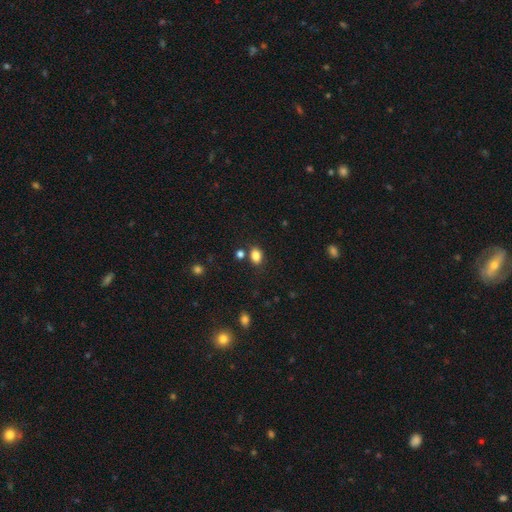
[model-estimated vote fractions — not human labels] Q: Smooth or featured?
A: smooth (83%); runner-up: star or artifact (12%)
Q: How rounded?
A: in between (72%); runner-up: round (27%)
Q: Merging?
A: none (74%); runner-up: minor disturbance (13%)